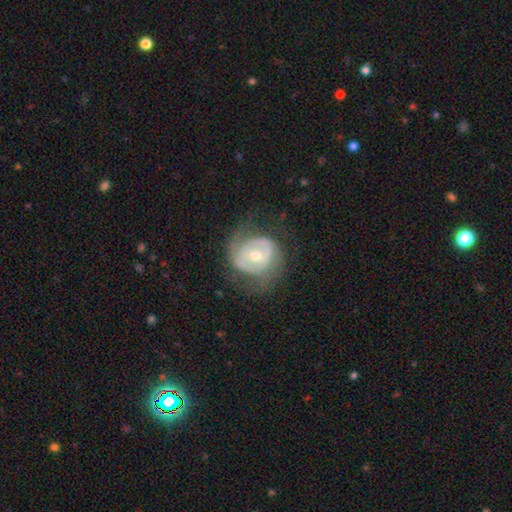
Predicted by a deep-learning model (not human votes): featured or disk 69%, smooth 24%, star or artifact 6%. Down the decision tree: edge-on disk — no (96%); bar — no (46%); spiral arms — yes (56%); bulge size — moderate (60%); merging — none (60%).